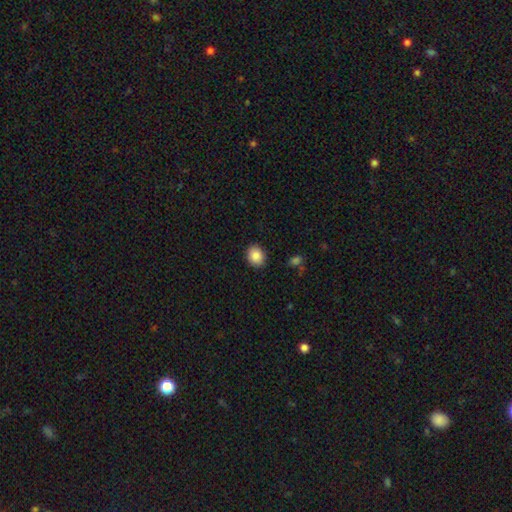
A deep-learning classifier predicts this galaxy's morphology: The model was most divided on "how rounded": round: 51%, in between: 48%, cigar-shaped: 1%. More confident: merging — none (89%); smooth or featured — smooth (87%).